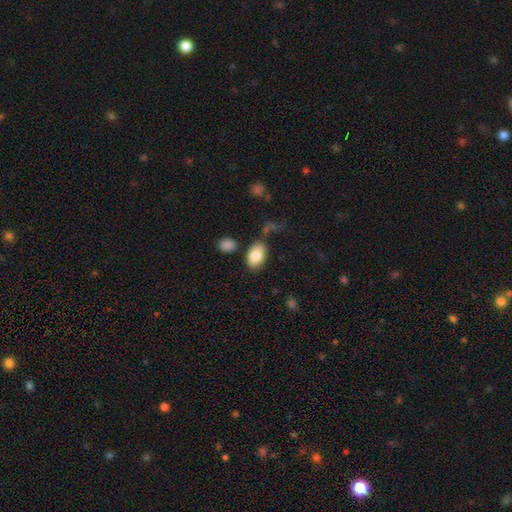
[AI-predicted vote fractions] smooth-or-featured: smooth: 84% | featured or disk: 9% | star or artifact: 7%
  how-rounded: in between: 90% | round: 9% | cigar-shaped: 1%
  merging: none: 75% | minor disturbance: 14% | merger: 6% | major disturbance: 5%